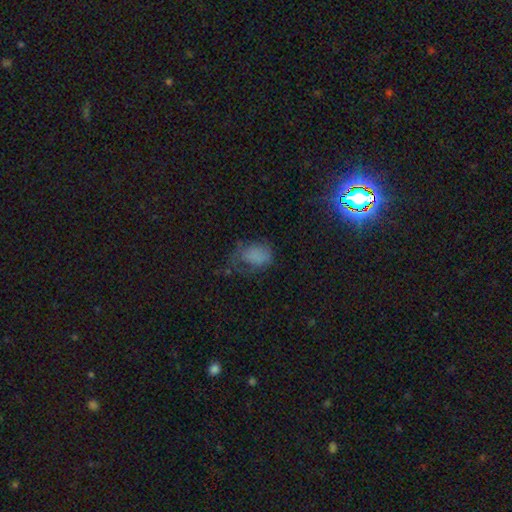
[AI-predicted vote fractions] Q: Smooth or featured?
A: smooth (66%); runner-up: star or artifact (17%)
Q: How rounded?
A: in between (74%); runner-up: round (25%)
Q: Merging?
A: major disturbance (38%); runner-up: none (31%)